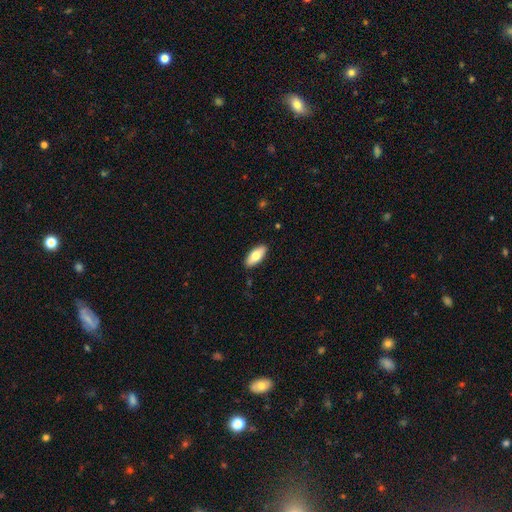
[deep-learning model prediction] smooth-or-featured: smooth: 76% | featured or disk: 19% | star or artifact: 6%
  how-rounded: in between: 87% | cigar-shaped: 11% | round: 2%
  merging: none: 89% | minor disturbance: 8% | major disturbance: 2% | merger: 1%